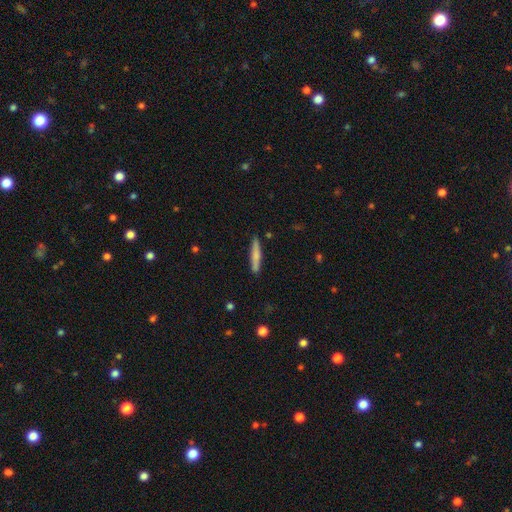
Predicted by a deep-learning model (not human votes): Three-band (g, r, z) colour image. It shows a smooth galaxy with no disk features (68%) that is cigar-shaped (91%). Merging: none (87%).